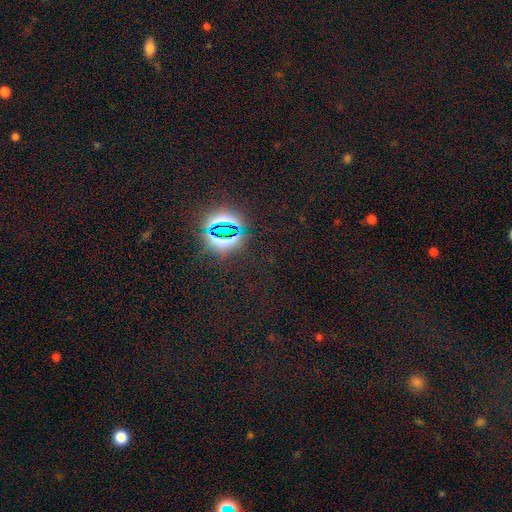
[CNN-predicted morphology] A star or artifact, not a galaxy (78%).